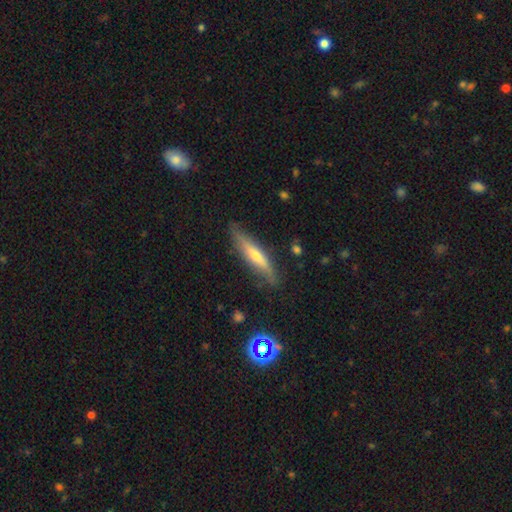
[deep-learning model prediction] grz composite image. It shows a featured or disk galaxy (50%) viewed edge-on (87%). Merging: none (78%).